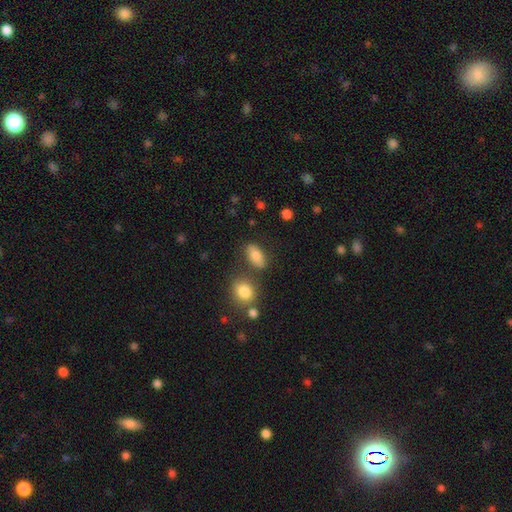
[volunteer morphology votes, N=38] Smooth or featured? 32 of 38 (84%) said smooth. How rounded? 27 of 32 (84%) said in between. Merging? 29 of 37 (78%) said none.